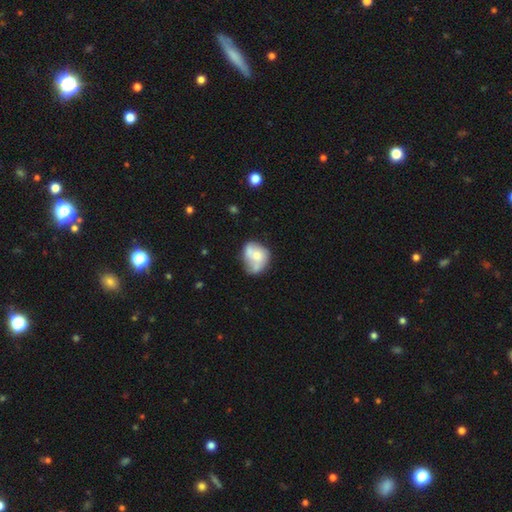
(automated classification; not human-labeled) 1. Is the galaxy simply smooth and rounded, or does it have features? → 48% smooth, 44% featured or disk, 8% star or artifact.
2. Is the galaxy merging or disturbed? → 35% none, 29% minor disturbance, 20% merger, 16% major disturbance.